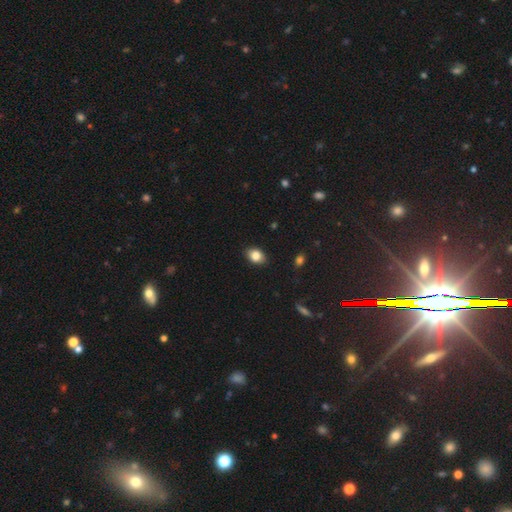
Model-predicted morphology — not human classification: Q: Smooth or featured?
A: smooth (84%); runner-up: star or artifact (9%)
Q: How rounded?
A: in between (74%); runner-up: round (25%)
Q: Merging?
A: none (86%); runner-up: minor disturbance (11%)